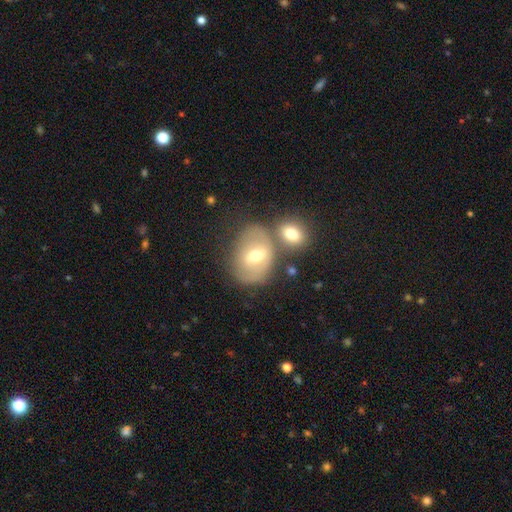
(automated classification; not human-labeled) Morphology: type=smooth (46%); merging=none (44%).